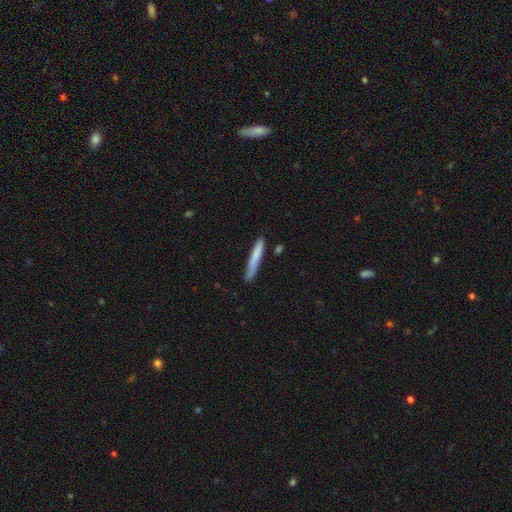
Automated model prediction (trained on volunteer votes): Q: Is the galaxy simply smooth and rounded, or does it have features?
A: smooth — 75%.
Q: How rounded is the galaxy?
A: cigar-shaped — 95%.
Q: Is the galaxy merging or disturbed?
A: none — 79%.